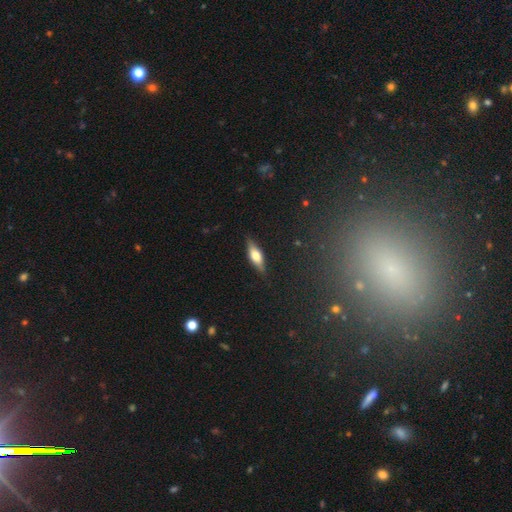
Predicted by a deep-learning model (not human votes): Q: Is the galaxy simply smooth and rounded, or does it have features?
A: smooth — 50%.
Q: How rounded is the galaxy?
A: in between — 52%.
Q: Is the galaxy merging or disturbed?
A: none — 85%.